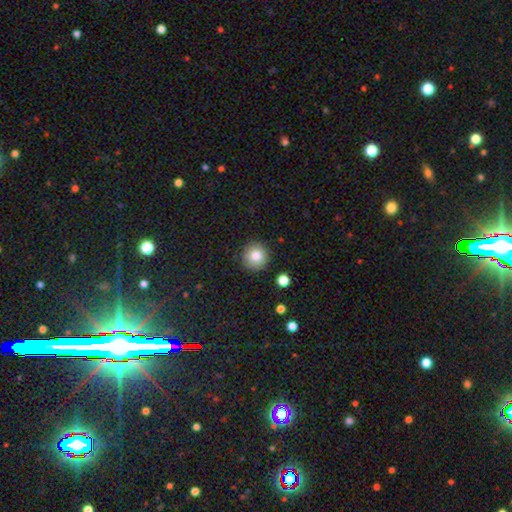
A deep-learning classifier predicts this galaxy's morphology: This is clearly a smooth galaxy (83%). How rounded: clearly round (94%). Merging: clearly none (90%).